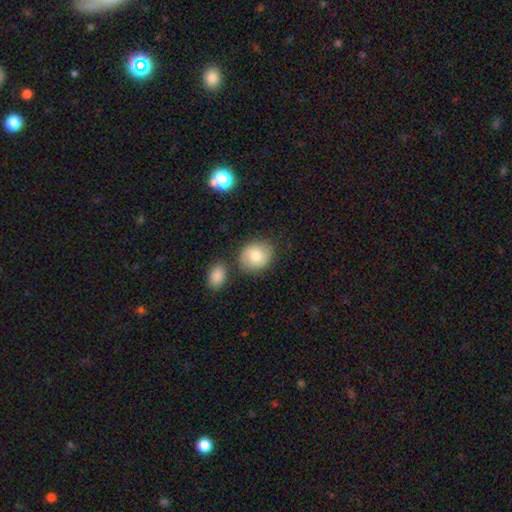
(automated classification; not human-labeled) Morphology: type=smooth (77%); roundness=round (60%); merging=none (76%).